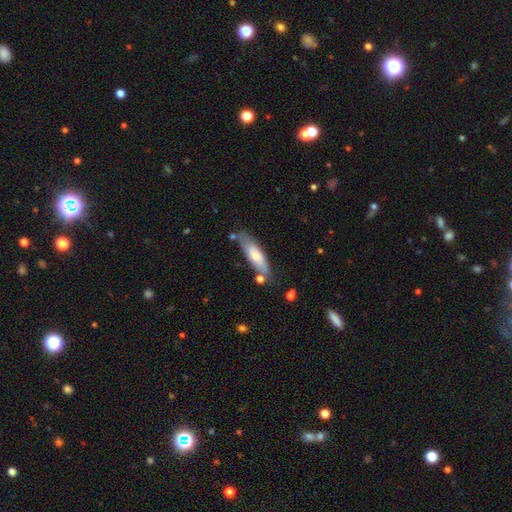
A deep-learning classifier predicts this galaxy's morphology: A smooth galaxy with no disk features (67%) that is cigar-shaped (55%). Merging: none (67%).